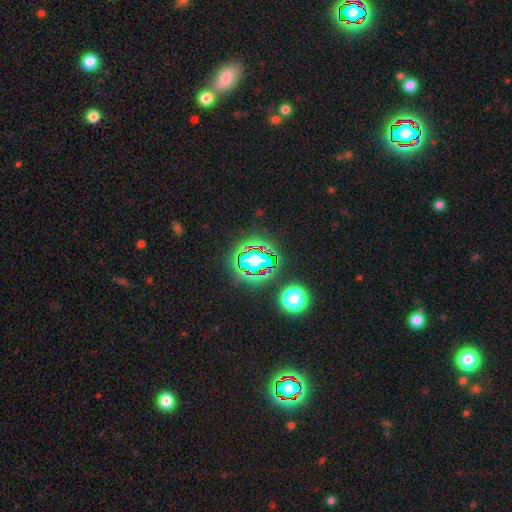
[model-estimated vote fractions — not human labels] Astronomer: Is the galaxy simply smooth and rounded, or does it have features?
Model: star or artifact — 61%.